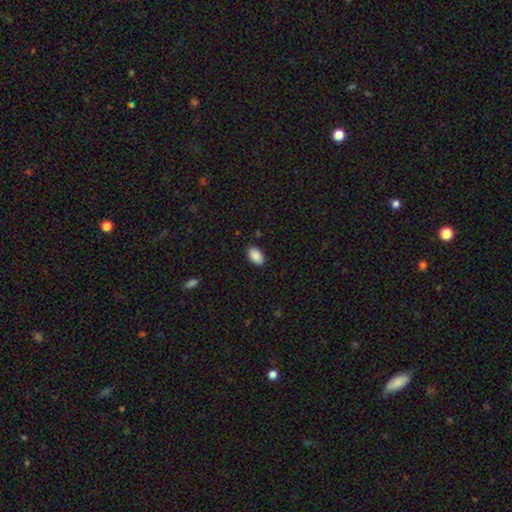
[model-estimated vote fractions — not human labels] A smooth galaxy with no disk features (90%) that is in between round and cigar-shaped (93%). Merging: none (88%).